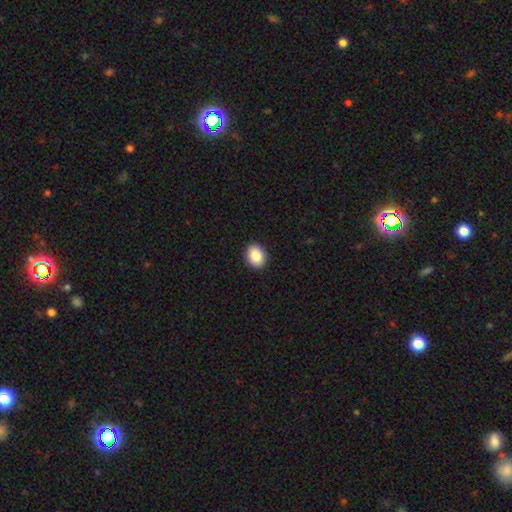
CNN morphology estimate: Overall: smooth (86%). How rounded: in between (53%; round 46%). Merging: none (91%).